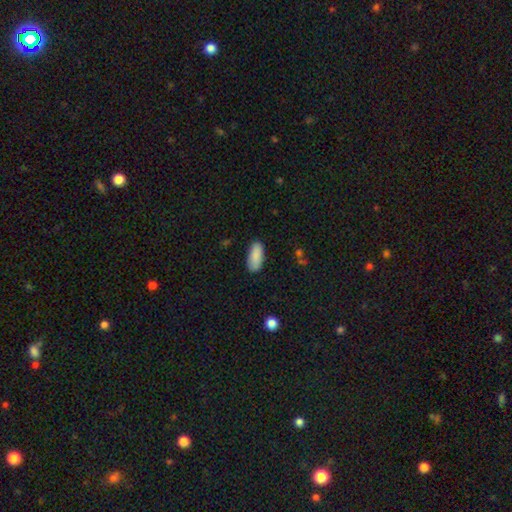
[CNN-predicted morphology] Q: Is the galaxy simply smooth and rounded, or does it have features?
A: smooth — 89%.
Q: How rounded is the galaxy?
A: in between — 85%.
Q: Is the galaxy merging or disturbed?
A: none — 86%.